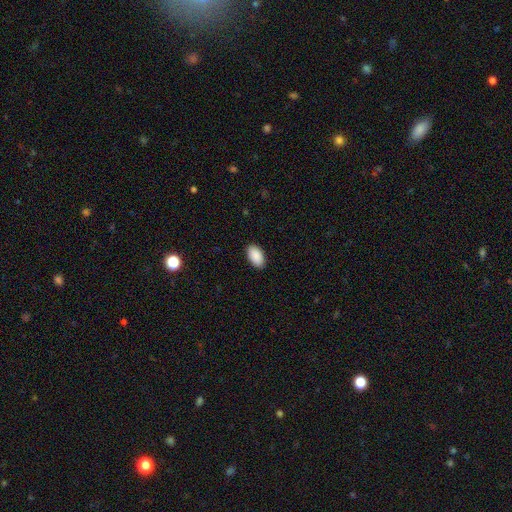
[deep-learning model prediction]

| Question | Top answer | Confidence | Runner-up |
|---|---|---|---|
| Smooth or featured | smooth | 91% | star or artifact (6%) |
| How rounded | in between | 96% | round (3%) |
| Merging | none | 90% | minor disturbance (8%) |